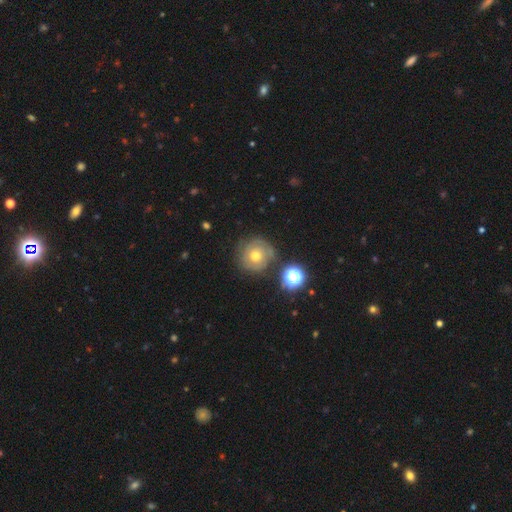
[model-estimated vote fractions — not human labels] The model was most divided on "smooth or featured": featured or disk: 55%, smooth: 32%, star or artifact: 13%. More confident: edge-on disk — no (97%); bar — no (85%); spiral arms — yes (77%); merging — none (72%); bulge size — moderate (66%).